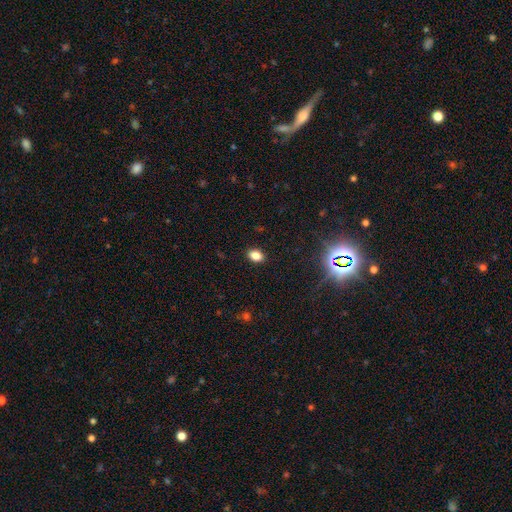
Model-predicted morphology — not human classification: Q: Smooth or featured?
A: smooth (84%); runner-up: star or artifact (11%)
Q: How rounded?
A: in between (80%); runner-up: round (18%)
Q: Merging?
A: none (89%); runner-up: minor disturbance (8%)